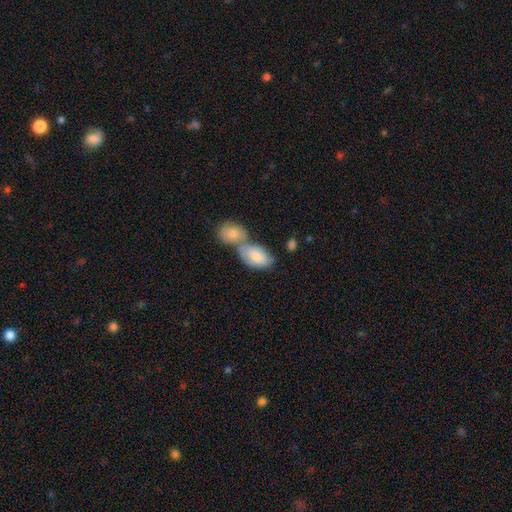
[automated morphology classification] smooth 77%, featured or disk 16%, star or artifact 7%. Down the decision tree: how rounded — in between (91%); merging — merger (61%).